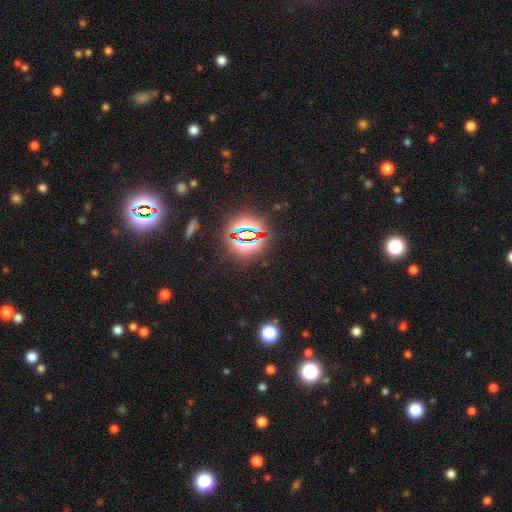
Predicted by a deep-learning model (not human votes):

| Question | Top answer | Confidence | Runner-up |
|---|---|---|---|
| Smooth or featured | star or artifact | 82% | smooth (11%) |